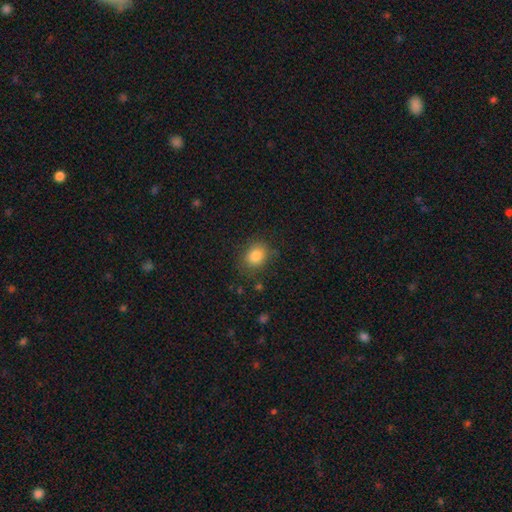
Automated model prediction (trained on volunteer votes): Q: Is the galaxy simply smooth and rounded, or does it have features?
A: smooth — 84%.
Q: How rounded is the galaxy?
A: round — 55%.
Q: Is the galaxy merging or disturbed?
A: none — 79%.